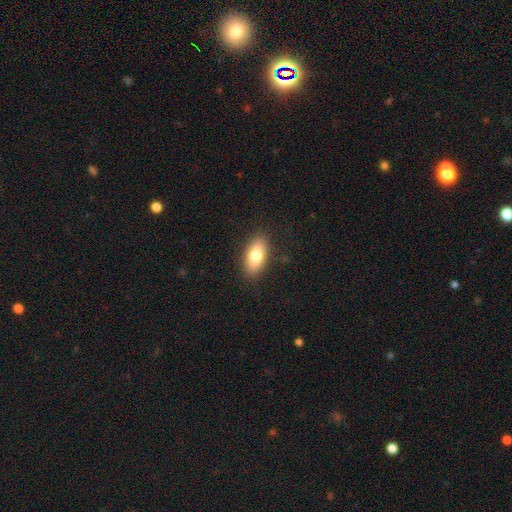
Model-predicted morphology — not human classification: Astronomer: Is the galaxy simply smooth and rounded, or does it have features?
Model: smooth — 80%.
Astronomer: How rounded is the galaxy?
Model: in between — 89%.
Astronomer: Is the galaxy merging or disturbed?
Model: none — 87%.